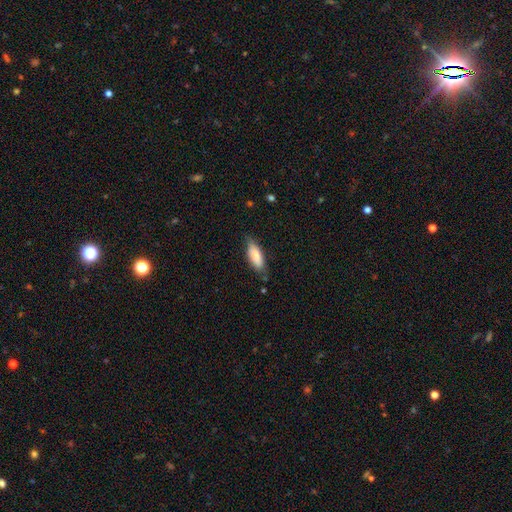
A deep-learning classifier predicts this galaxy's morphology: Smooth or featured?
  - smooth: 79% *
  - featured or disk: 15%
  - star or artifact: 6%
How rounded?
  - in between: 67% *
  - cigar-shaped: 31%
  - round: 2%
Merging?
  - none: 70% *
  - minor disturbance: 24%
  - major disturbance: 4%
  - merger: 2%